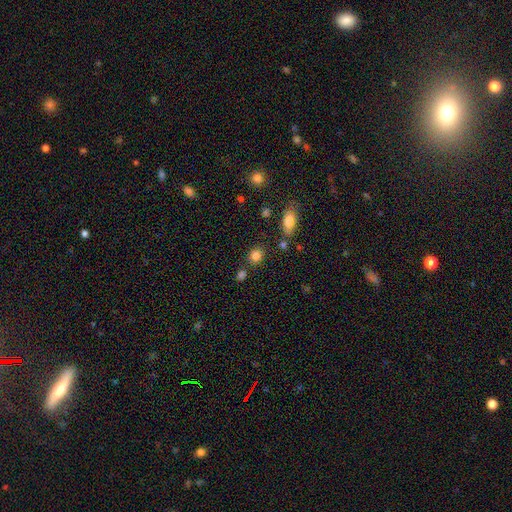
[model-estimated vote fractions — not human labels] Smooth or featured? Predicted: smooth (p=0.83). How rounded? Predicted: round (p=0.62). Merging? Predicted: none (p=0.75).